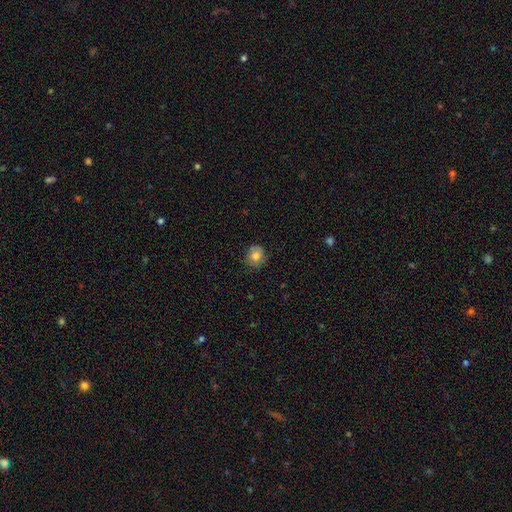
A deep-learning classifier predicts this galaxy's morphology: Overall: smooth (78%). How rounded: round (77%). Merging: none (76%).